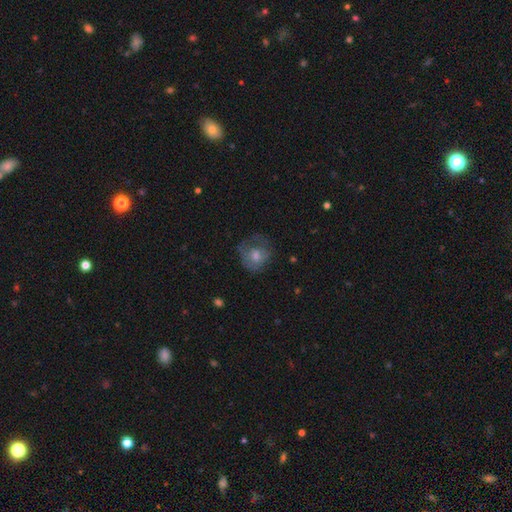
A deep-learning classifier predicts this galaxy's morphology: Smooth or featured?
  - smooth: 58% *
  - featured or disk: 32%
  - star or artifact: 9%
How rounded?
  - round: 70% *
  - in between: 29%
  - cigar-shaped: 1%
Merging?
  - none: 44% *
  - major disturbance: 29%
  - minor disturbance: 25%
  - merger: 2%